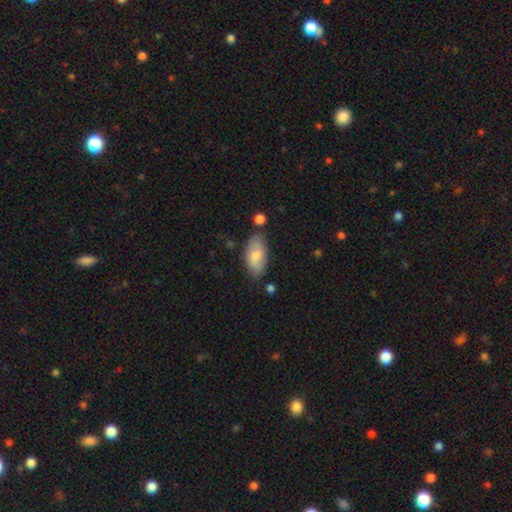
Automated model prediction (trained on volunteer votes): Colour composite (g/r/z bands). It shows a smooth galaxy with no disk features (66%) that is in between round and cigar-shaped (92%). Merging: none (75%).